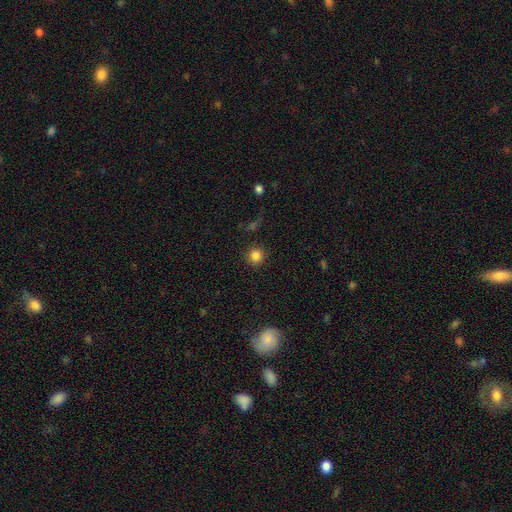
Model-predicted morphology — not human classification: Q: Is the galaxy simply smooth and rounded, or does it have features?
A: smooth — 83%.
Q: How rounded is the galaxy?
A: round — 93%.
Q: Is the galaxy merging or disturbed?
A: none — 89%.